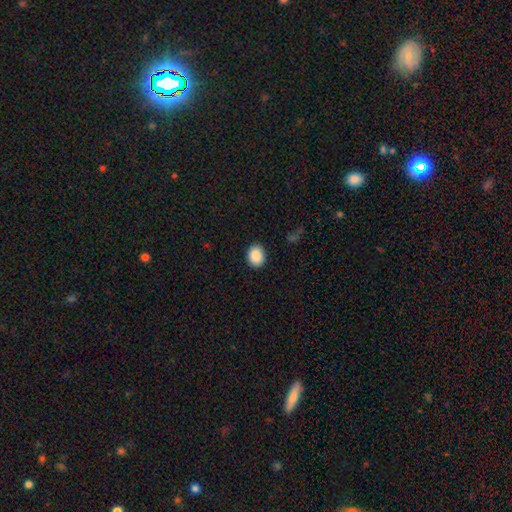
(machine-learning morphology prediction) Smooth or featured? smooth (89%)
How rounded? round (53%)
Merging? none (90%)